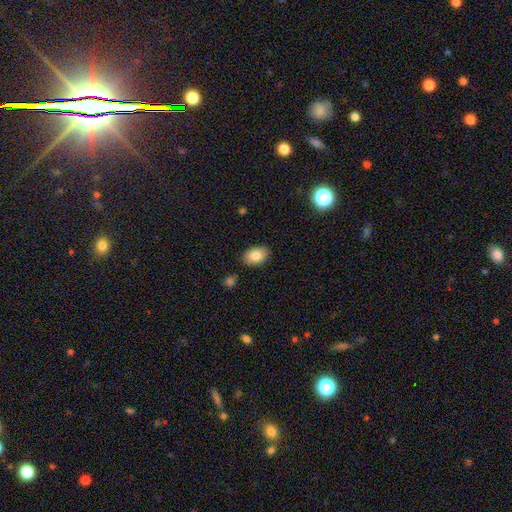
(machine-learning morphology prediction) smooth_or_featured: smooth (p=0.84) [alt: featured or disk p=0.09]
how_rounded: in between (p=0.85) [alt: round p=0.14]
merging: none (p=0.85) [alt: minor disturbance p=0.10]